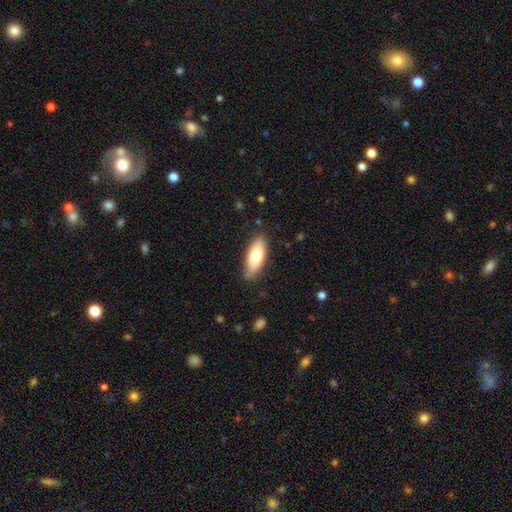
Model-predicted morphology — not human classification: A smooth galaxy with no disk features (74%) that is in between round and cigar-shaped (77%). Merging: none (82%).